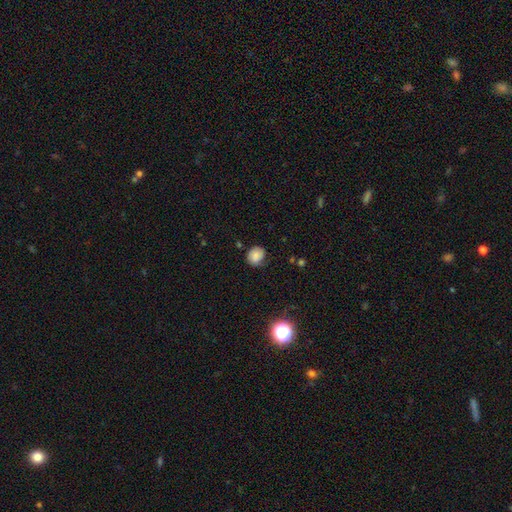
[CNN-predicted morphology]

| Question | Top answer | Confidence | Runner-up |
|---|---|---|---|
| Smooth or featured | smooth | 80% | star or artifact (11%) |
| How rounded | round | 73% | in between (26%) |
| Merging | none | 70% | minor disturbance (22%) |